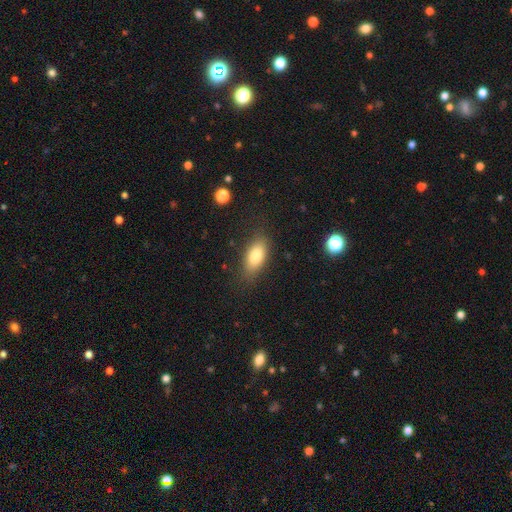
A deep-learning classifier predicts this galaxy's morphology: Smooth or featured? smooth (79%)
How rounded? in between (85%)
Merging? none (81%)